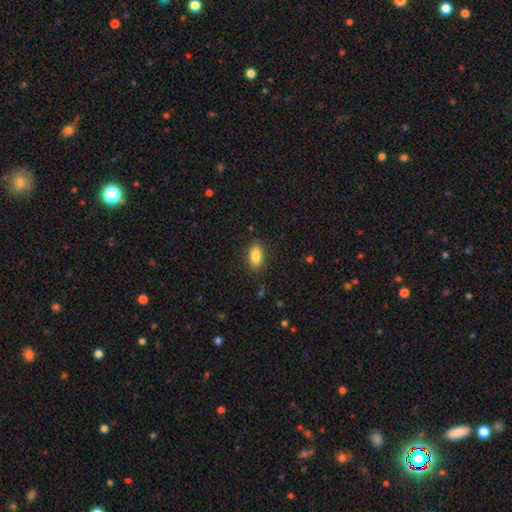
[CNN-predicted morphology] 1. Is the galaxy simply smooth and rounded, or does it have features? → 85% smooth, 7% star or artifact, 7% featured or disk.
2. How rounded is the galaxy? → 87% in between, 10% cigar-shaped, 4% round.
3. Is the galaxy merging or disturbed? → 86% none, 10% minor disturbance, 3% major disturbance, 1% merger.